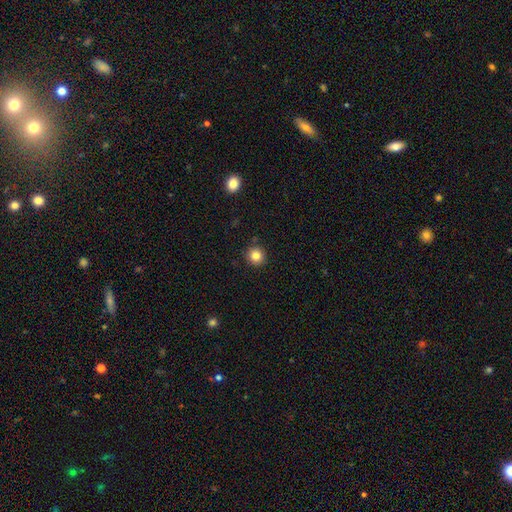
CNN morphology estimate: Smooth or featured? smooth (82%)
How rounded? round (94%)
Merging? none (91%)